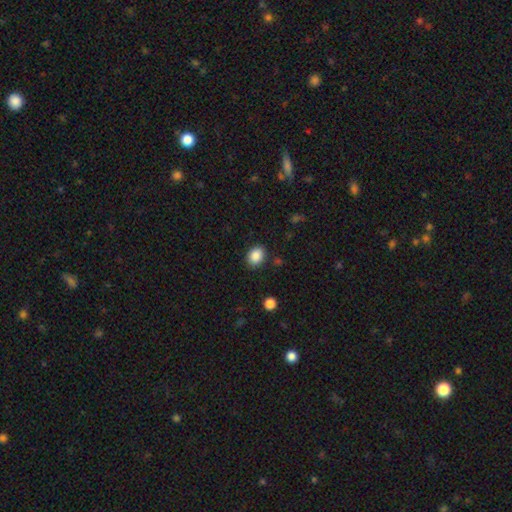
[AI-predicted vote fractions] Overall: smooth (88%). How rounded: in between (56%; round 43%). Merging: none (86%).